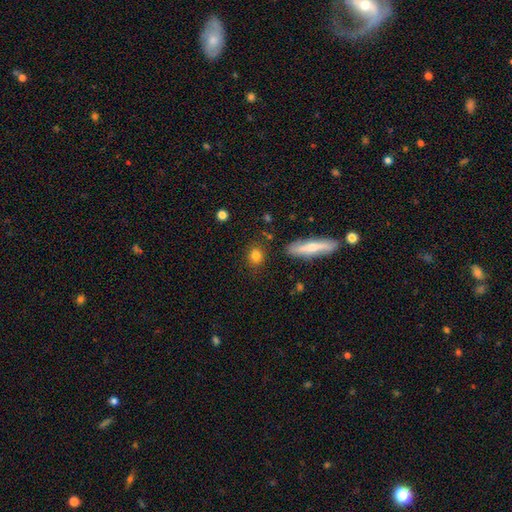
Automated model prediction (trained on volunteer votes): smooth-or-featured: smooth: 80% | featured or disk: 10% | star or artifact: 10%
  how-rounded: round: 71% | in between: 24% | cigar-shaped: 5%
  merging: none: 86% | minor disturbance: 9% | merger: 3% | major disturbance: 3%